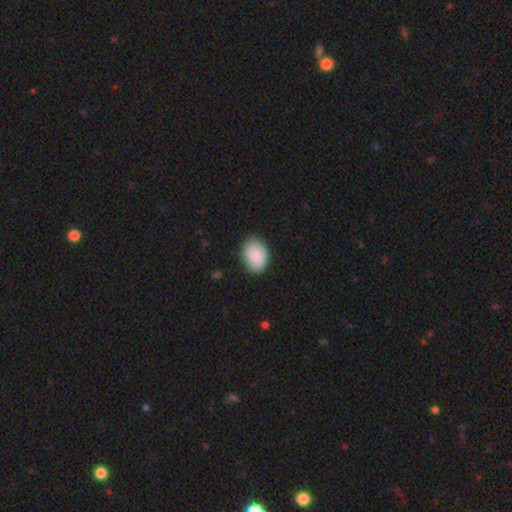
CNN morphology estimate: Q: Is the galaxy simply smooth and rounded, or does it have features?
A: smooth — 84%.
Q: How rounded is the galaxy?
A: in between — 78%.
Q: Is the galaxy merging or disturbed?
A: none — 81%.